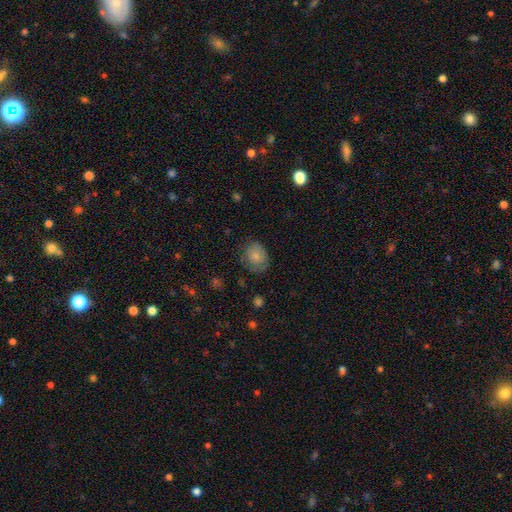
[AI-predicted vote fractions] smooth 78%, featured or disk 13%, star or artifact 9%. Down the decision tree: how rounded — in between (52%); merging — none (67%).